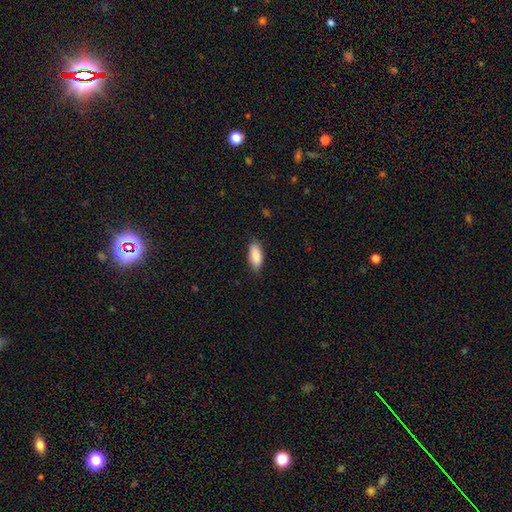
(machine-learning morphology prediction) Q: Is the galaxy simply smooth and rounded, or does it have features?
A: smooth — 87%.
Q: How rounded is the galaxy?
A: in between — 80%.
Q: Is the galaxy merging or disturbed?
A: none — 82%.